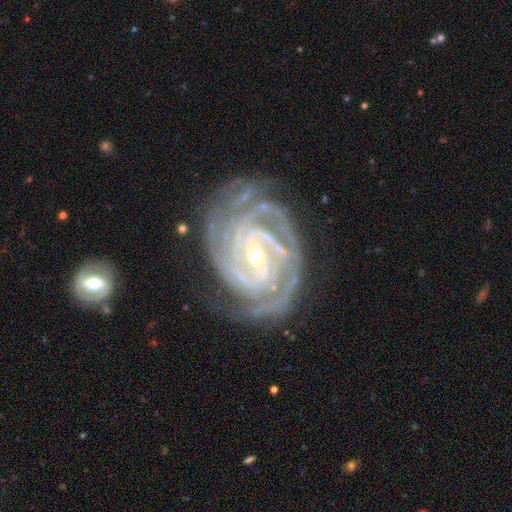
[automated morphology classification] A featured or disk galaxy (93%) with a weak bar (41%), 4 (28%) tight (79%) spiral arms (99%) and a small central bulge (63%). Merging: none (71%).